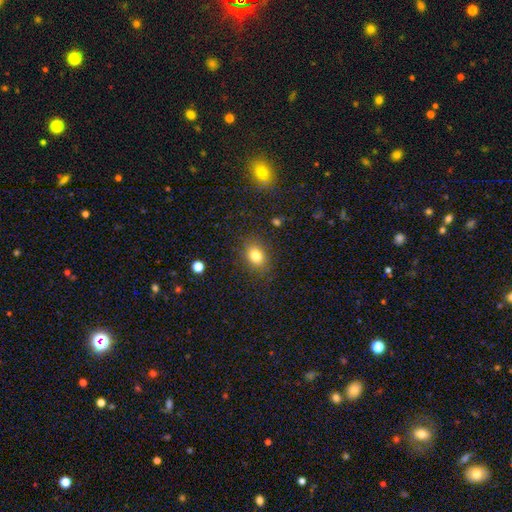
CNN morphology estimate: Smooth or featured? smooth (80%)
How rounded? in between (65%)
Merging? none (83%)